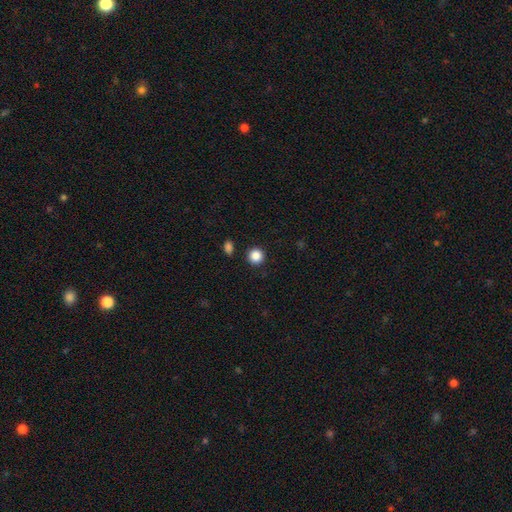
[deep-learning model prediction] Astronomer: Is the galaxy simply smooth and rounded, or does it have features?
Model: smooth — 87%.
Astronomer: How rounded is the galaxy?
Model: round — 94%.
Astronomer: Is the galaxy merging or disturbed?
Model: none — 90%.